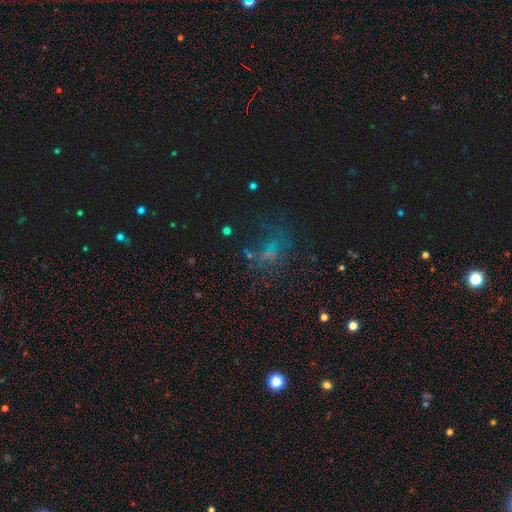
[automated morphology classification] Overall: smooth (36%, tied with star or artifact). Merging: none (45%; major disturbance 30%).